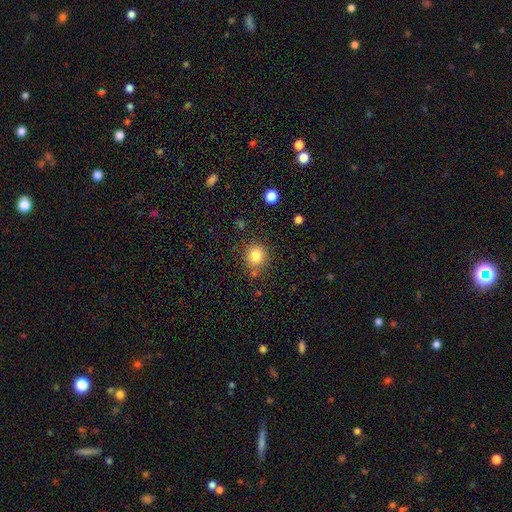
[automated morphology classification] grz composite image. It shows a smooth galaxy with no disk features (82%) that is round (85%). Merging: none (77%).